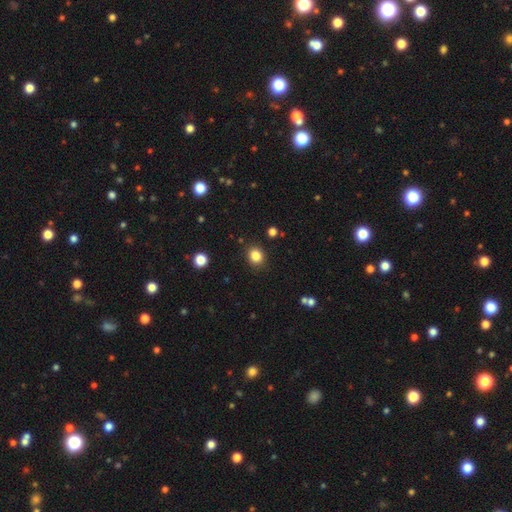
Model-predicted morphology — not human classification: Q: Smooth or featured?
A: smooth (84%); runner-up: star or artifact (11%)
Q: How rounded?
A: round (69%); runner-up: in between (30%)
Q: Merging?
A: none (88%); runner-up: minor disturbance (8%)